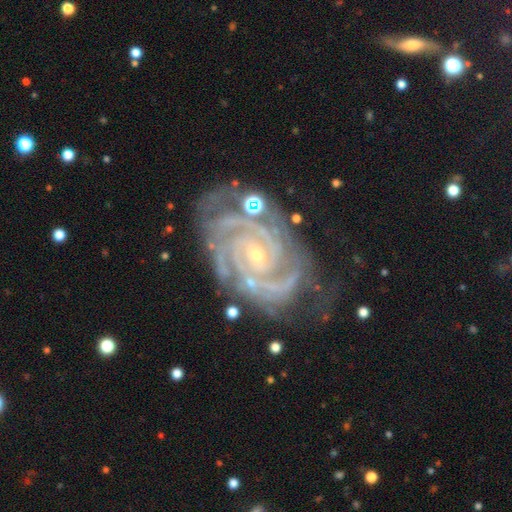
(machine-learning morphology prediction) Smooth or featured? Predicted: featured or disk (p=0.92). Edge-on disk? Predicted: no (p=0.97). Bar? Predicted: no (p=0.59). Spiral arms? Predicted: yes (p=0.99). Spiral winding? Predicted: tight (p=0.79). Spiral arm count? Predicted: 2 (p=0.41). Bulge size? Predicted: small (p=0.77). Merging? Predicted: none (p=0.65).